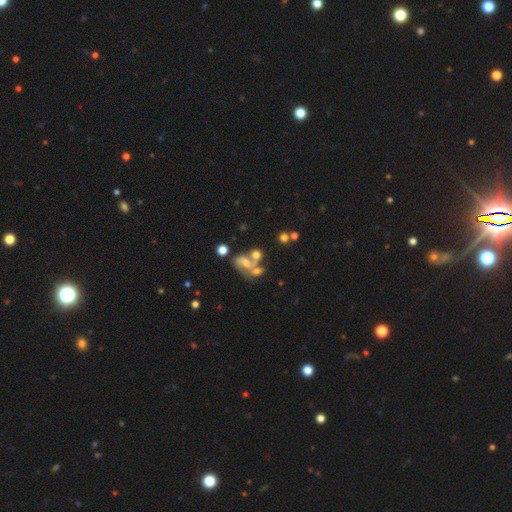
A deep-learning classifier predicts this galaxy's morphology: Smooth or featured?
  - featured or disk: 47% *
  - smooth: 36%
  - star or artifact: 17%
Merging?
  - merger: 46% *
  - none: 26%
  - major disturbance: 15%
  - minor disturbance: 13%